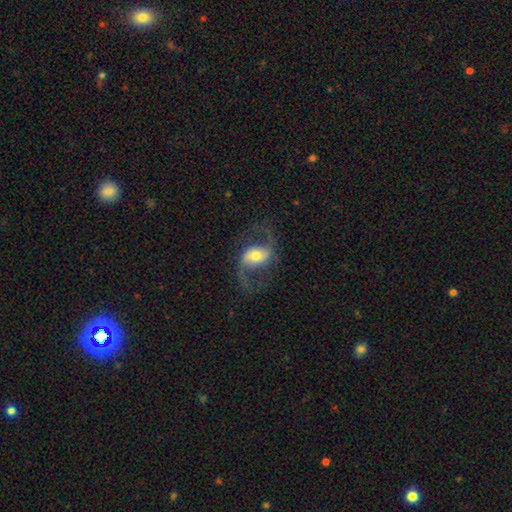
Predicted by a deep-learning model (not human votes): Smooth or featured?
  - featured or disk: 81% *
  - smooth: 13%
  - star or artifact: 7%
Edge-on disk?
  - no: 97% *
  - yes: 3%
Bar?
  - no: 36% * (tied)
  - weak: 36% * (tied)
  - strong: 28%
Spiral arms?
  - yes: 93% *
  - no: 7%
Spiral winding?
  - loose: 57% *
  - medium: 36%
  - tight: 6%
Spiral arm count?
  - 2: 92% *
  - can't tell: 2%
  - 1: 2%
  - 3: 1%
  - 4: 1%
  - more than 4: 1%
Bulge size?
  - moderate: 56% *
  - small: 28%
  - large: 12%
  - dominant: 3%
  - none: 1%
Merging?
  - none: 70% *
  - major disturbance: 15%
  - minor disturbance: 13%
  - merger: 2%